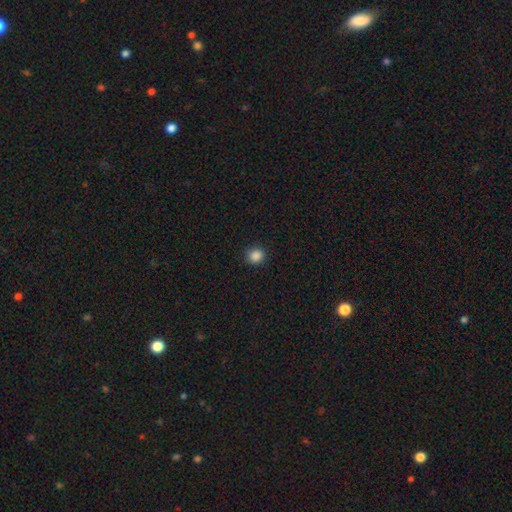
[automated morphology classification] Smooth or featured? smooth (87%)
How rounded? round (76%)
Merging? none (89%)